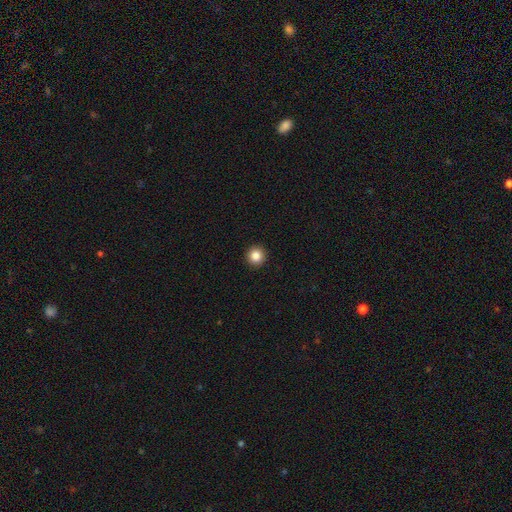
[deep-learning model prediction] Smooth or featured? Predicted: smooth (p=0.86). How rounded? Predicted: round (p=0.96). Merging? Predicted: none (p=0.93).